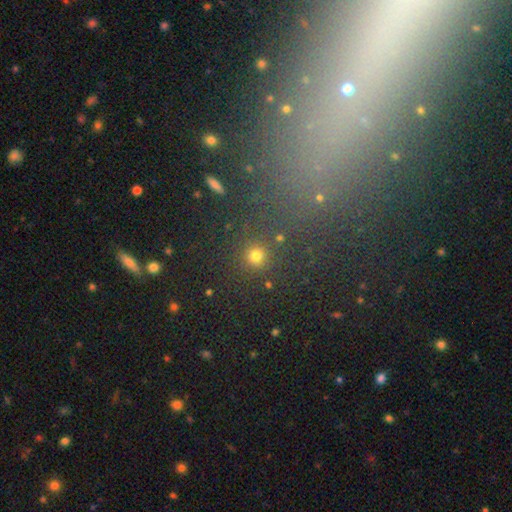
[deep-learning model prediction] Smooth or featured? Predicted: smooth (p=0.67). How rounded? Predicted: round (p=0.92). Merging? Predicted: none (p=0.82).